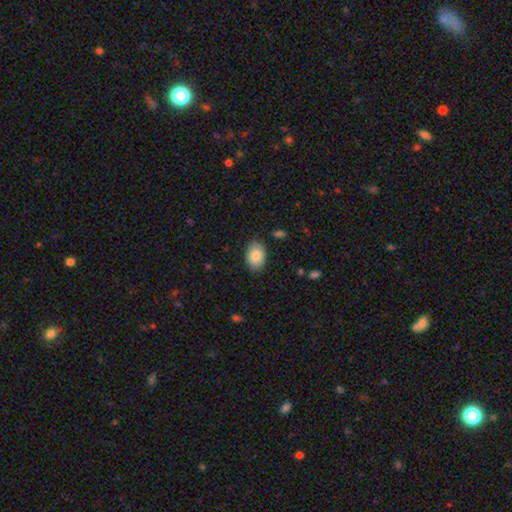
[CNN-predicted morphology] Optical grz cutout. It shows a smooth galaxy with no disk features (86%) that is in between round and cigar-shaped (83%). Merging: none (86%).